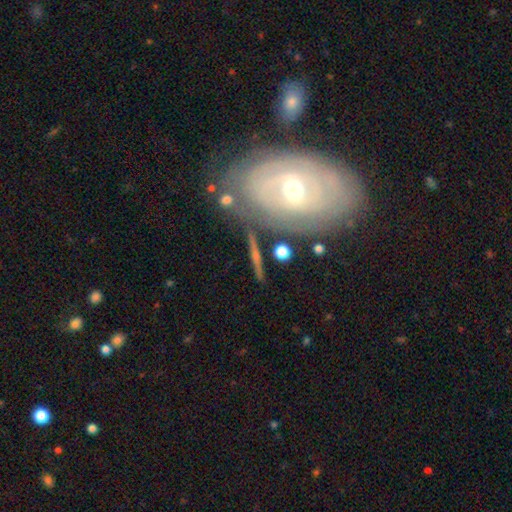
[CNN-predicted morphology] This appears to be a featured or disk galaxy (61%) viewed edge-on (65%). Merging: none (76%).